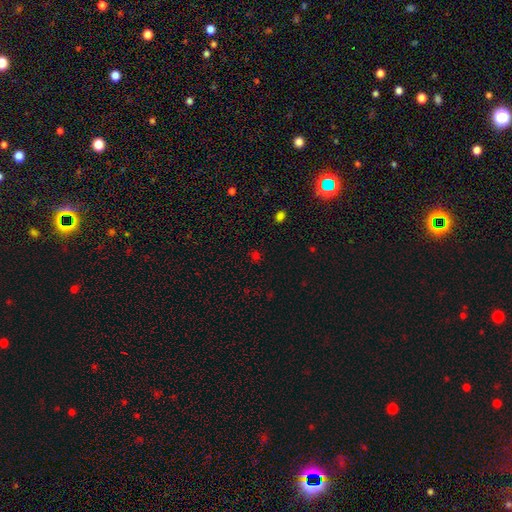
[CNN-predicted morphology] The model was most divided on "smooth or featured": smooth: 51%, star or artifact: 44%, featured or disk: 6%. More confident: merging — none (80%); how rounded — round (73%).